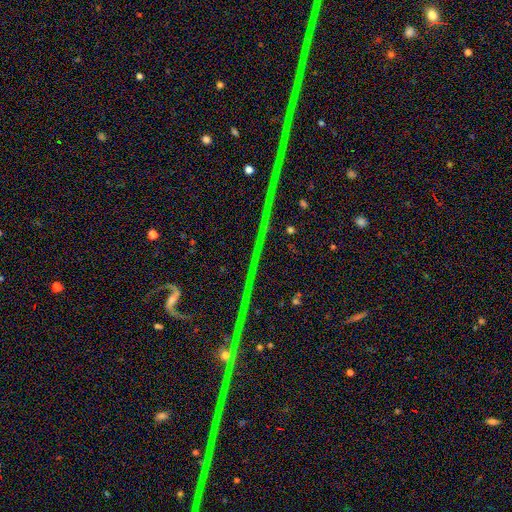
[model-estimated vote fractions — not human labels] This appears to be a star or artifact, not a galaxy (88%).